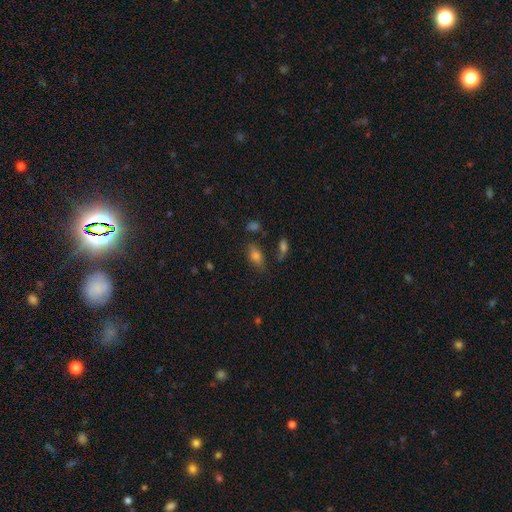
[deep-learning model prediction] Q: Smooth or featured?
A: smooth (74%); runner-up: star or artifact (13%)
Q: How rounded?
A: in between (84%); runner-up: cigar-shaped (9%)
Q: Merging?
A: none (68%); runner-up: minor disturbance (18%)